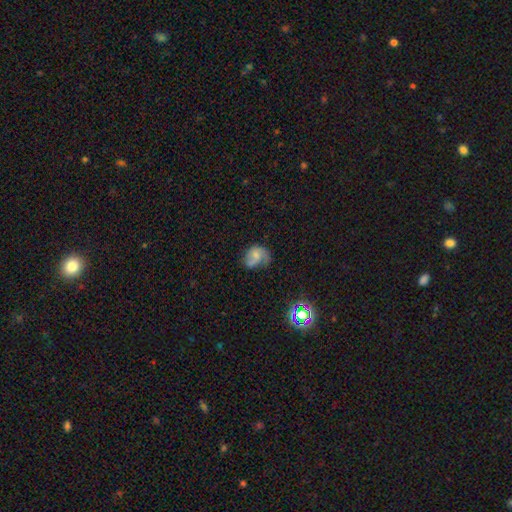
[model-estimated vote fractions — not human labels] Smooth or featured? featured or disk (47%)
Merging? none (41%)